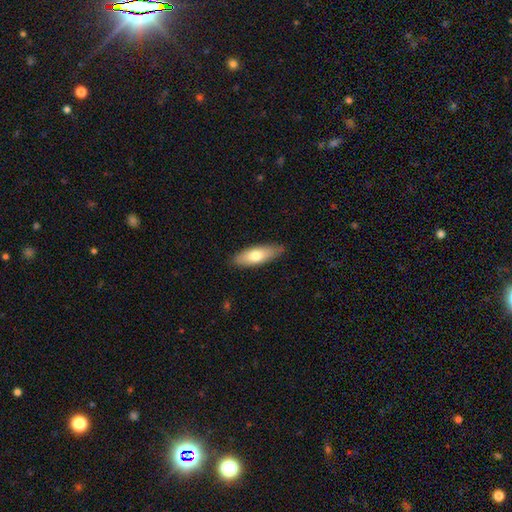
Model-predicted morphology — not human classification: smooth_or_featured: smooth (p=0.70) [alt: featured or disk p=0.25]
how_rounded: in between (p=0.63) [alt: cigar-shaped p=0.35]
merging: none (p=0.81) [alt: minor disturbance p=0.15]